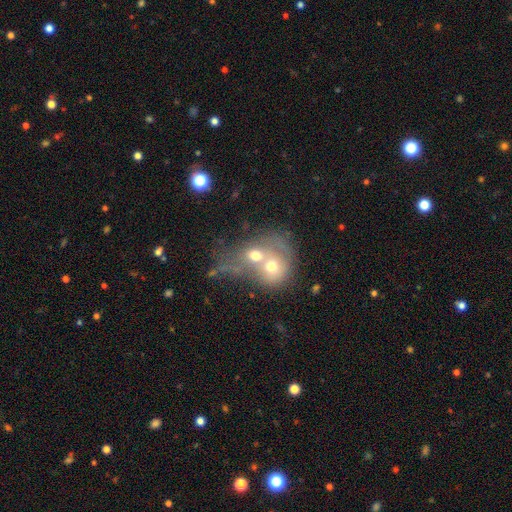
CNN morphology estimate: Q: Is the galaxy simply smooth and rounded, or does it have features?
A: smooth — 54%.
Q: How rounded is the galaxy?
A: round — 63%.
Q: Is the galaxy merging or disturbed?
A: merger — 77%.